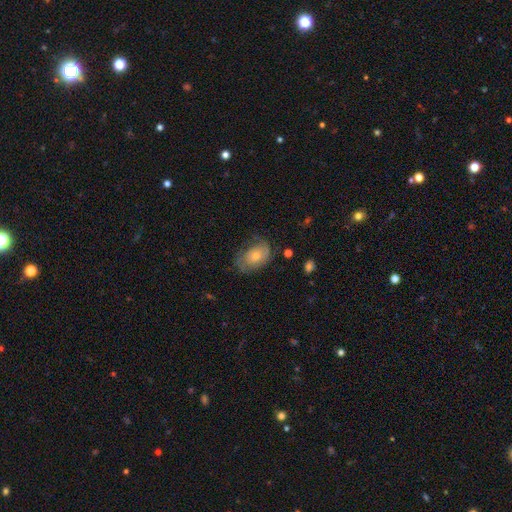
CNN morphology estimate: A featured or disk galaxy (52%).

Vote fractions:
- Smooth or featured? featured or disk: 52% / smooth: 41% / star or artifact: 7%
- Edge-on disk? no: 96% / yes: 4%
- Merging? none: 55% / minor disturbance: 27% / major disturbance: 17% / merger: 2%